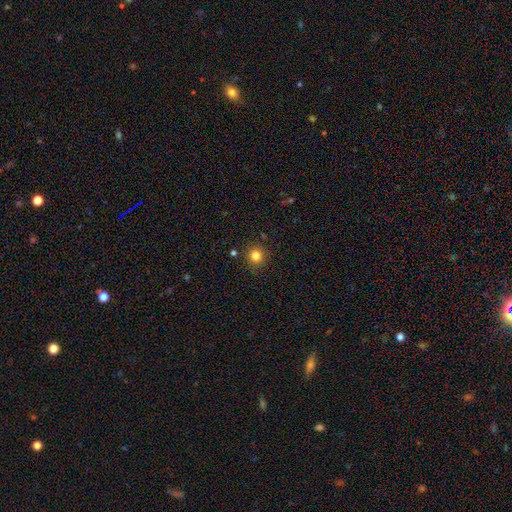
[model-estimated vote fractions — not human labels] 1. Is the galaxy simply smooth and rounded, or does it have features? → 82% smooth, 12% star or artifact, 6% featured or disk.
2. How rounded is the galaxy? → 92% round, 7% in between, 1% cigar-shaped.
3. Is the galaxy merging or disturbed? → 88% none, 8% minor disturbance, 2% merger, 2% major disturbance.